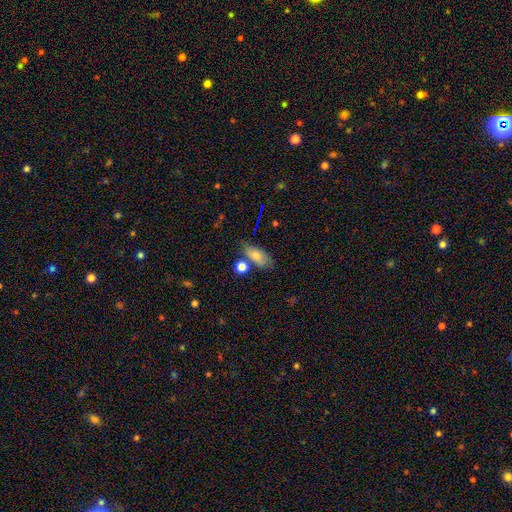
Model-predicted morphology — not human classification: type=smooth (70%); roundness=in between (81%); merging=none (60%).